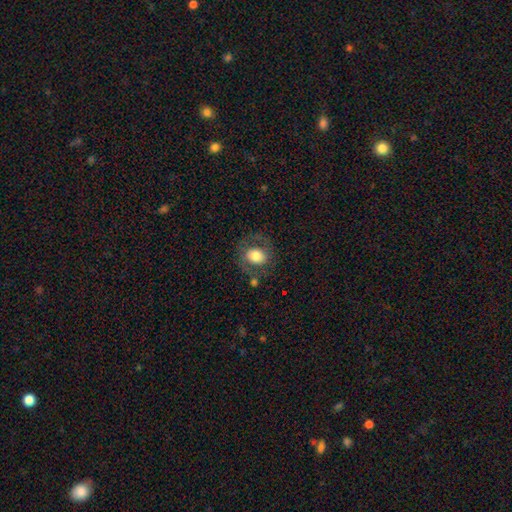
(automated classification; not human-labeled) A smooth galaxy with no disk features (63%) that is round (60%).

Vote fractions:
- Smooth or featured? smooth: 63% / featured or disk: 29% / star or artifact: 8%
- How rounded? round: 60% / in between: 38% / cigar-shaped: 1%
- Merging? none: 65% / minor disturbance: 18% / major disturbance: 13% / merger: 4%